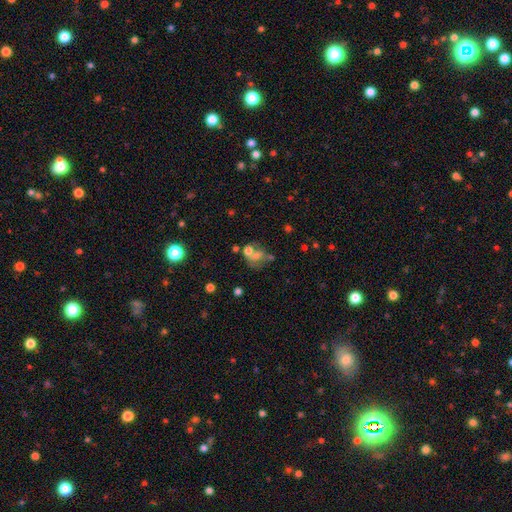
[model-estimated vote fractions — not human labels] Smooth or featured? smooth (50%)
Merging? merger (37%)